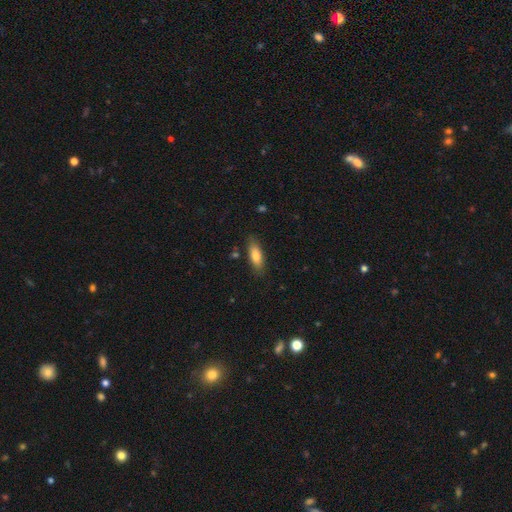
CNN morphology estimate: This appears to be a smooth galaxy with no disk features (77%) that is in between round and cigar-shaped (69%). Merging: none (82%).